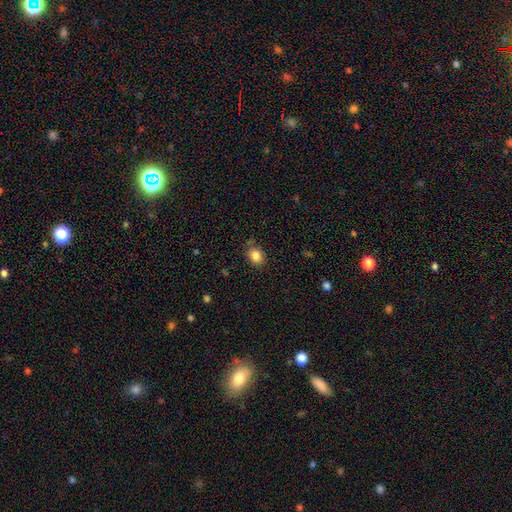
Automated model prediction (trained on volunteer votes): This appears to be a smooth galaxy with no disk features (84%) that is in between round and cigar-shaped (52%). Merging: none (81%).